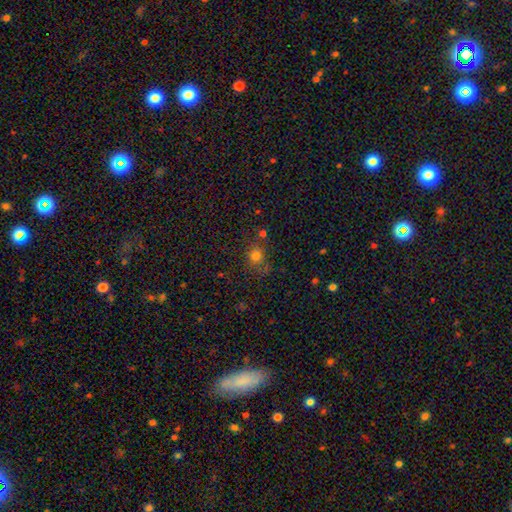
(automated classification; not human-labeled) The model was most divided on "merging": none: 66%, minor disturbance: 17%, merger: 9%, major disturbance: 7%. More confident: how rounded — round (76%); smooth or featured — smooth (73%).